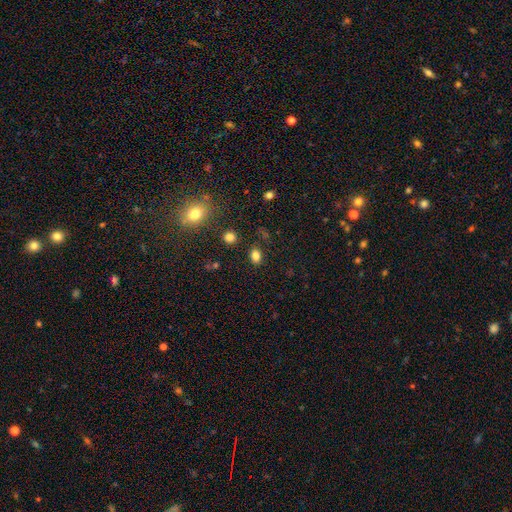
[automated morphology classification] type=smooth (81%); roundness=in between (72%); merging=none (85%).